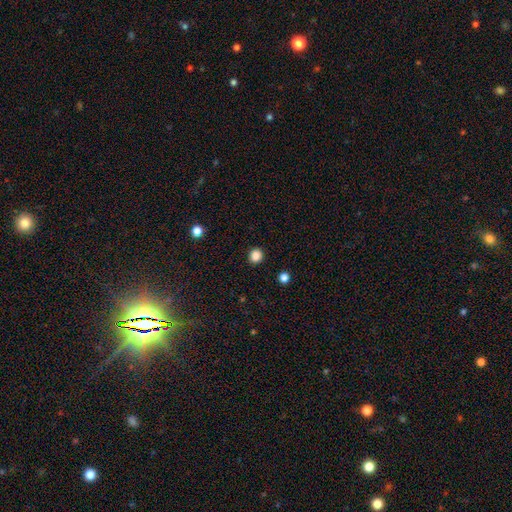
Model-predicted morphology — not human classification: A smooth galaxy with no disk features (86%) that is round (82%).

Vote fractions:
- Smooth or featured? smooth: 86% / star or artifact: 11% / featured or disk: 3%
- How rounded? round: 82% / in between: 17% / cigar-shaped: 1%
- Merging? none: 90% / minor disturbance: 6% / major disturbance: 2% / merger: 1%